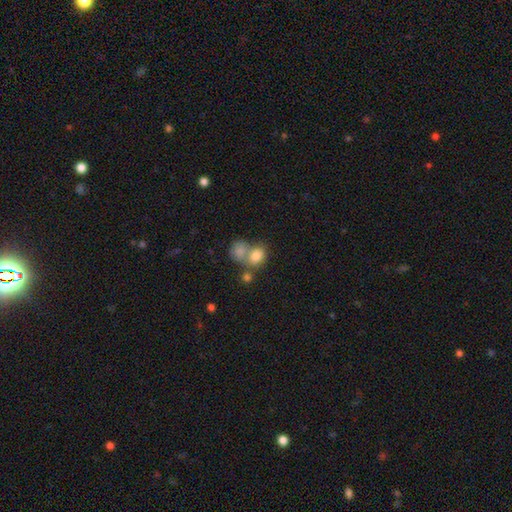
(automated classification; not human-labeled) Smooth or featured? Predicted: smooth (p=0.79). How rounded? Predicted: round (p=0.52). Merging? Predicted: merger (p=0.49).